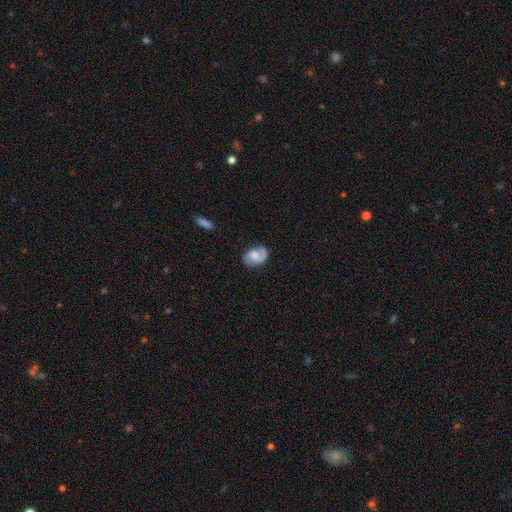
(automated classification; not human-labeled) Smooth or featured? featured or disk (69%)
Edge-on disk? no (97%)
Bar? no (50%)
Spiral arms? yes (93%)
Spiral winding? medium (49%)
Spiral arm count? 2 (85%)
Bulge size? moderate (49%)
Merging? none (74%)